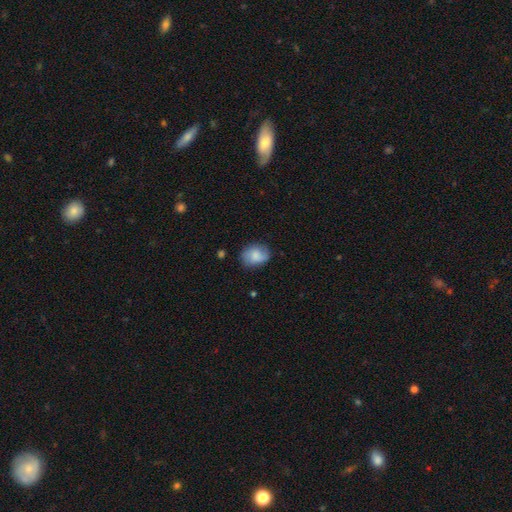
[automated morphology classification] A smooth galaxy with no disk features (74%) that is in between round and cigar-shaped (57%).

Vote fractions:
- Smooth or featured? smooth: 74% / featured or disk: 18% / star or artifact: 8%
- How rounded? in between: 57% / round: 42% / cigar-shaped: 1%
- Merging? none: 71% / minor disturbance: 22% / major disturbance: 5% / merger: 2%